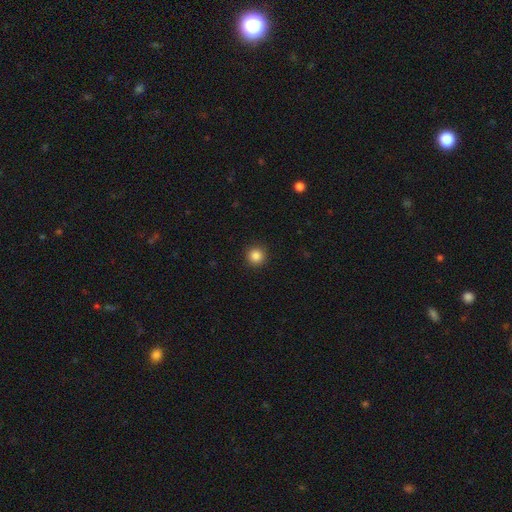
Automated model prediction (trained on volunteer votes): Q: Smooth or featured?
A: smooth (86%); runner-up: star or artifact (10%)
Q: How rounded?
A: round (95%); runner-up: in between (4%)
Q: Merging?
A: none (92%); runner-up: minor disturbance (5%)